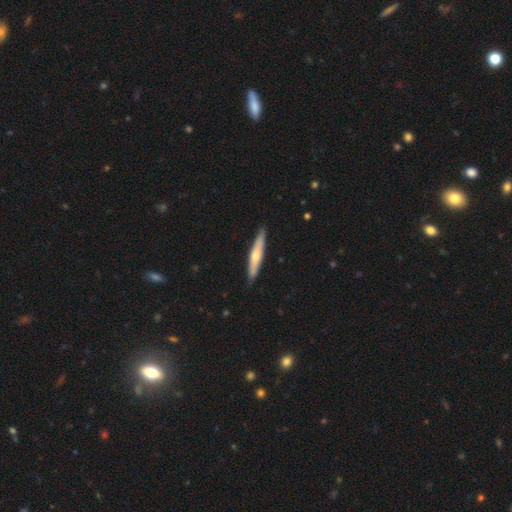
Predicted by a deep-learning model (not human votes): The model was most divided on "smooth or featured": featured or disk: 51%, smooth: 44%, star or artifact: 5%. More confident: edge-on disk — yes (92%); merging — none (89%).